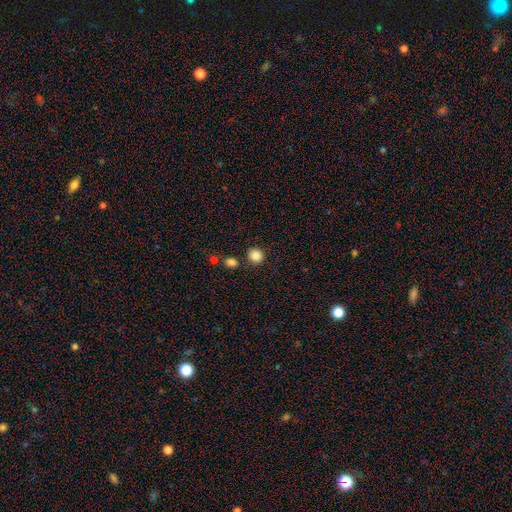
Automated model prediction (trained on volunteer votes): smooth-or-featured: smooth: 86% | star or artifact: 10% | featured or disk: 3%
  how-rounded: round: 89% | in between: 10% | cigar-shaped: 1%
  merging: none: 82% | minor disturbance: 9% | merger: 6% | major disturbance: 3%